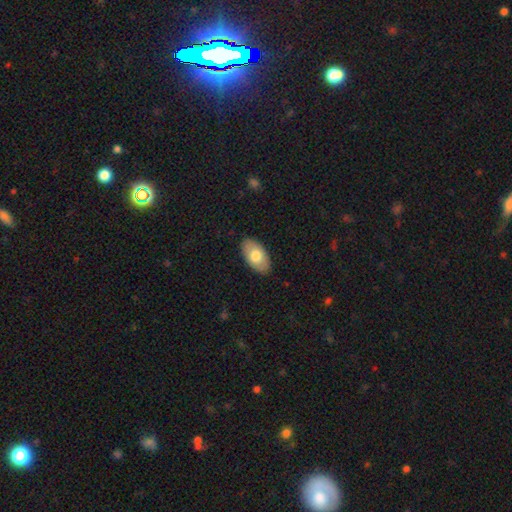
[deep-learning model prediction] A smooth galaxy with no disk features (72%) that is in between round and cigar-shaped (95%). Merging: none (87%).